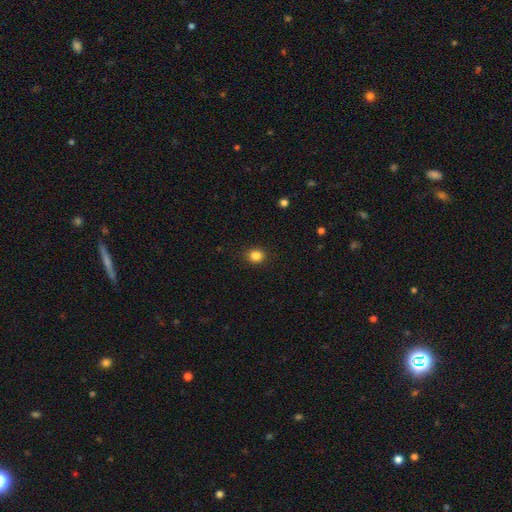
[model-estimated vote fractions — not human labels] Morphology: type=smooth (84%); roundness=round (80%); merging=none (90%).